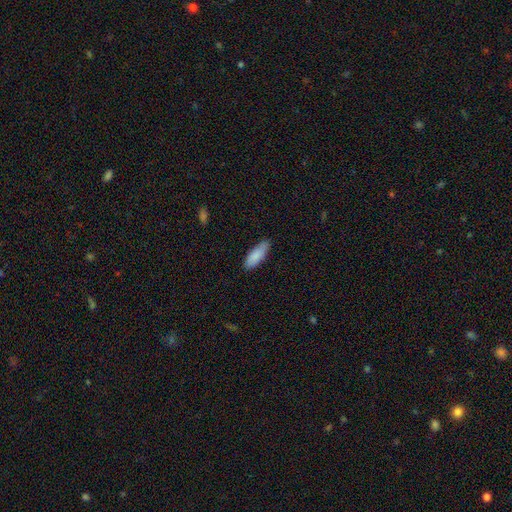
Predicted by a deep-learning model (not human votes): Q: Smooth or featured?
A: smooth (86%); runner-up: featured or disk (9%)
Q: How rounded?
A: in between (63%); runner-up: cigar-shaped (36%)
Q: Merging?
A: none (82%); runner-up: minor disturbance (15%)